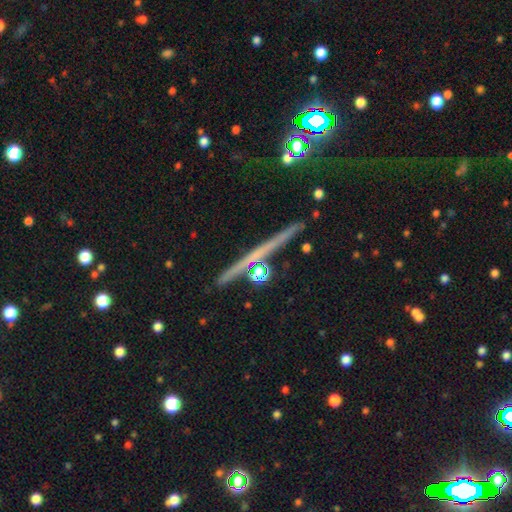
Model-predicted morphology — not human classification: A featured or disk galaxy (65%) viewed edge-on (96%) with no central bulge (65%). Merging: none (87%).